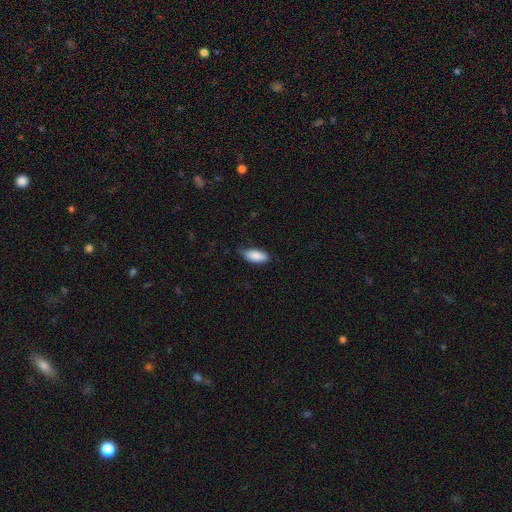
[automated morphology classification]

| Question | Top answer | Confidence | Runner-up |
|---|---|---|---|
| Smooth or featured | smooth | 87% | featured or disk (6%) |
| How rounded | in between | 88% | cigar-shaped (11%) |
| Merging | none | 70% | minor disturbance (25%) |